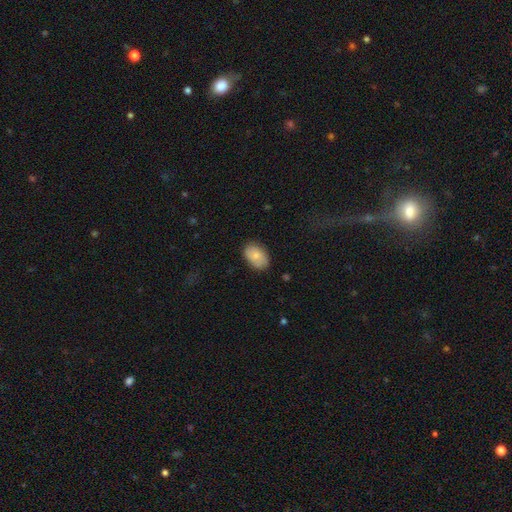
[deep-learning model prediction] A smooth galaxy with no disk features (73%) that is in between round and cigar-shaped (89%).

Vote fractions:
- Smooth or featured? smooth: 73% / featured or disk: 20% / star or artifact: 7%
- How rounded? in between: 89% / round: 10% / cigar-shaped: 1%
- Merging? none: 78% / minor disturbance: 17% / major disturbance: 3% / merger: 1%